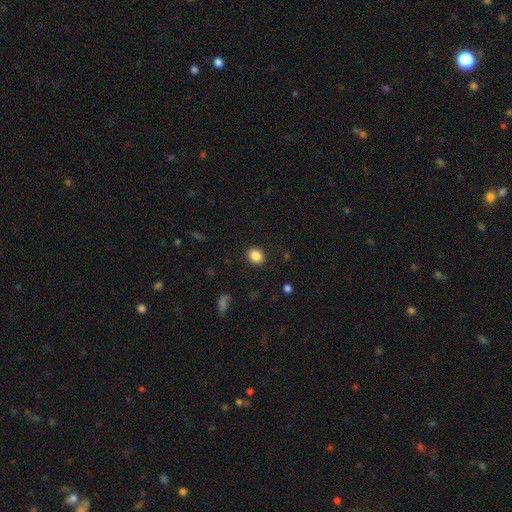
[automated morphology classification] smooth_or_featured: smooth (p=0.86) [alt: star or artifact p=0.09]
how_rounded: round (p=0.51) [alt: in between p=0.48]
merging: none (p=0.88) [alt: minor disturbance p=0.08]